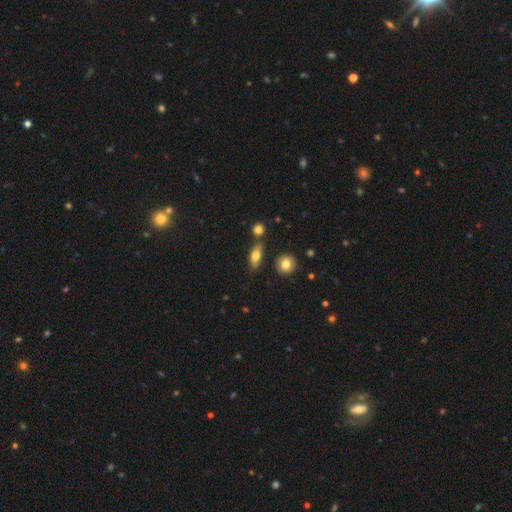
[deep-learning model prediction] The model was most divided on "how rounded": in between: 74%, cigar-shaped: 18%, round: 7%. More confident: smooth or featured — smooth (74%); merging — none (71%).